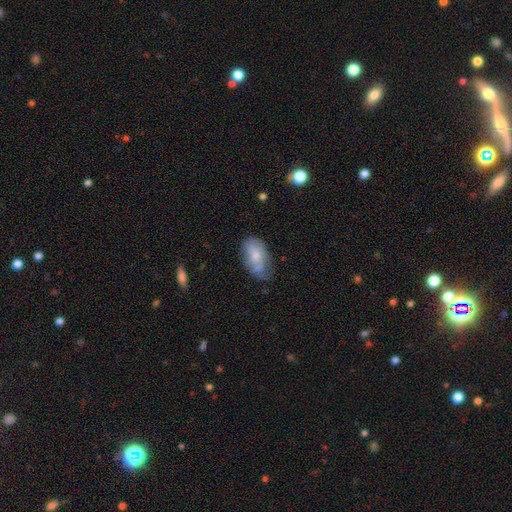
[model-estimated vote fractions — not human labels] A smooth galaxy with no disk features (62%) that is in between round and cigar-shaped (93%). Merging: none (51%).